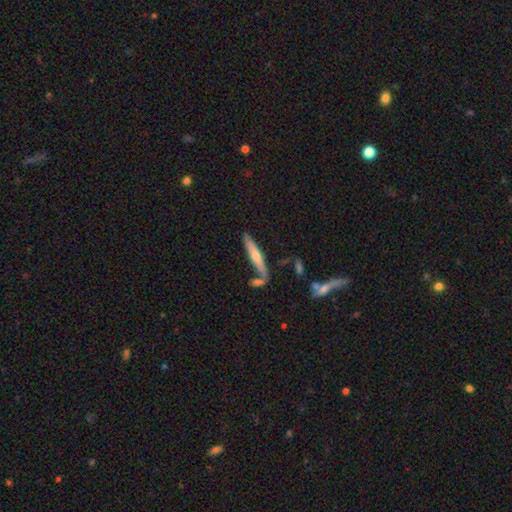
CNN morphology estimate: A featured or disk galaxy (51%) viewed edge-on (92%).

Vote fractions:
- Smooth or featured? featured or disk: 51% / smooth: 43% / star or artifact: 6%
- Edge-on disk? yes: 92% / no: 8%
- Merging? none: 72% / minor disturbance: 12% / merger: 12% / major disturbance: 3%